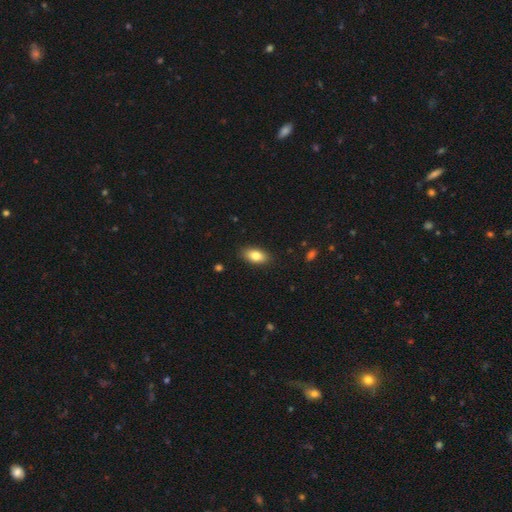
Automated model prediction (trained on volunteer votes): Morphology: type=smooth (81%); roundness=in between (90%); merging=none (88%).